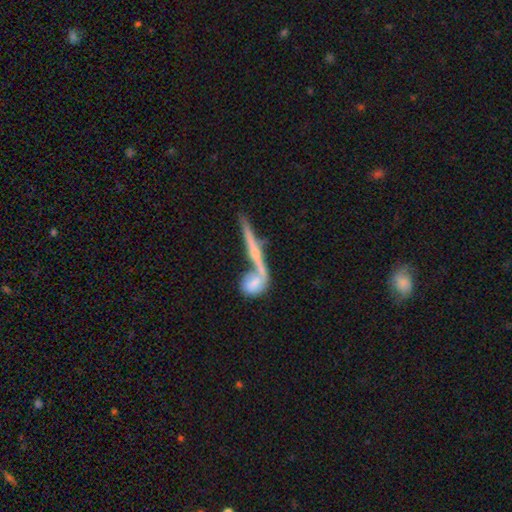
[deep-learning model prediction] The model was most divided on "merging": none: 45%, merger: 39%, minor disturbance: 10%, major disturbance: 6%. More confident: edge-on disk — yes (85%); smooth or featured — featured or disk (62%); edge-on bulge — rounded (59%).